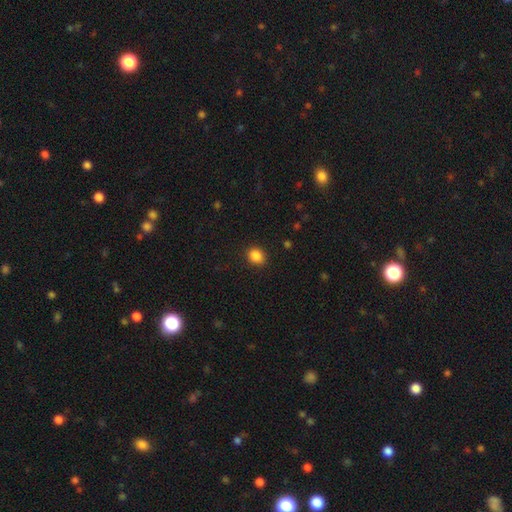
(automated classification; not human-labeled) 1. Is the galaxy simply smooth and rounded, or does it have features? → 87% smooth, 10% star or artifact, 3% featured or disk.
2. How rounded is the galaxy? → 62% round, 37% in between, 1% cigar-shaped.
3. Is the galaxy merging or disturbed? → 88% none, 8% minor disturbance, 2% major disturbance, 1% merger.